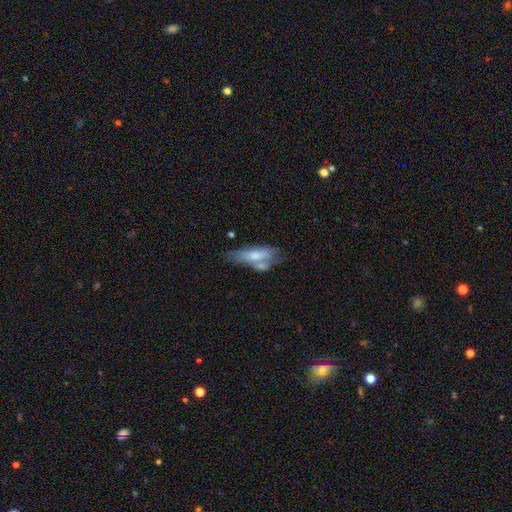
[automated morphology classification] smooth 58%, featured or disk 36%, star or artifact 7%. Down the decision tree: how rounded — in between (65%); merging — none (36%).